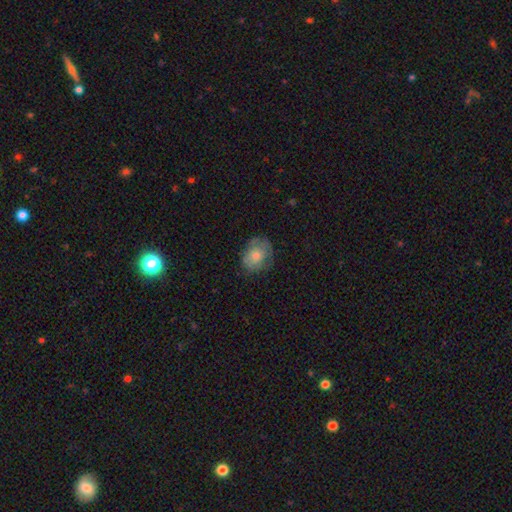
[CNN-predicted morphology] type=smooth (67%); roundness=in between (58%); merging=none (63%).